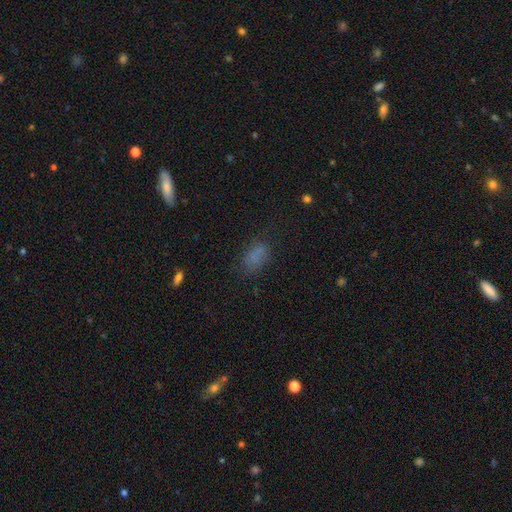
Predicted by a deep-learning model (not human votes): A smooth galaxy with no disk features (73%) that is in between round and cigar-shaped (86%). Merging: none (67%).